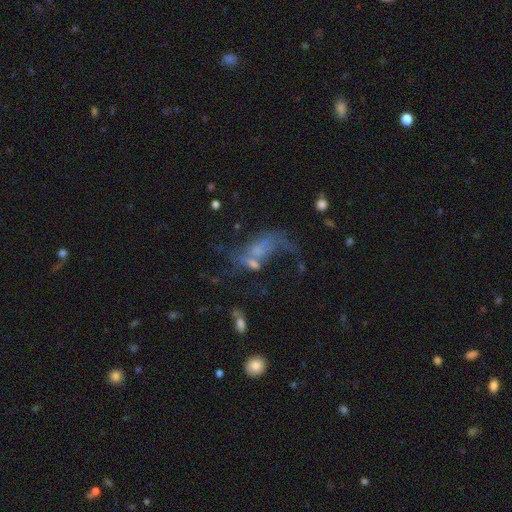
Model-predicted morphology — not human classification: This is possibly a featured or disk galaxy (56%). It is clearly not viewed edge-on (92%). Bar: likely no (71%). Spiral arm pattern: possibly yes (57%). Central bulge: marginally none (39%). Merging: marginally major disturbance (33%).